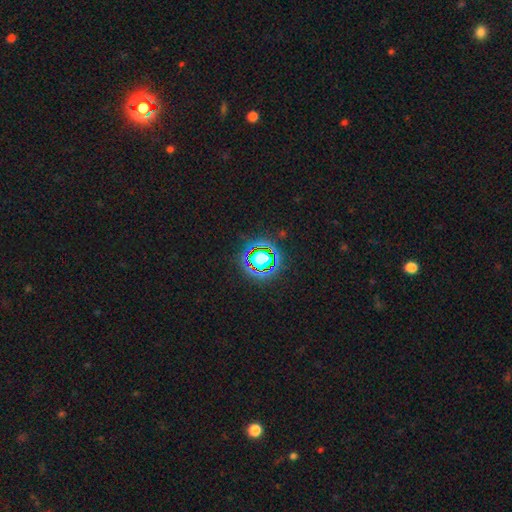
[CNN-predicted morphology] smooth_or_featured: star or artifact (p=0.81) [alt: smooth p=0.12]